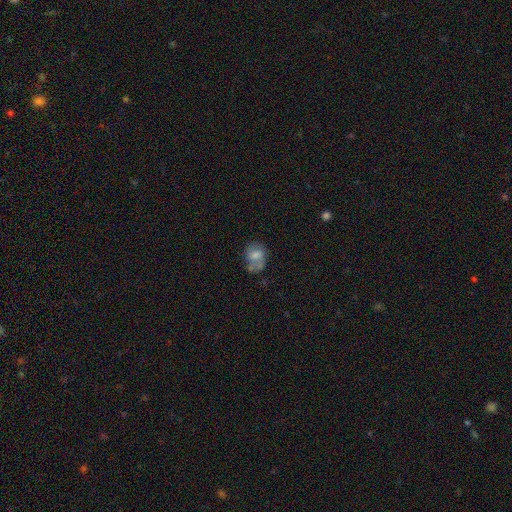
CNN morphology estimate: Smooth or featured? smooth (55%)
How rounded? in between (59%)
Merging? none (38%)